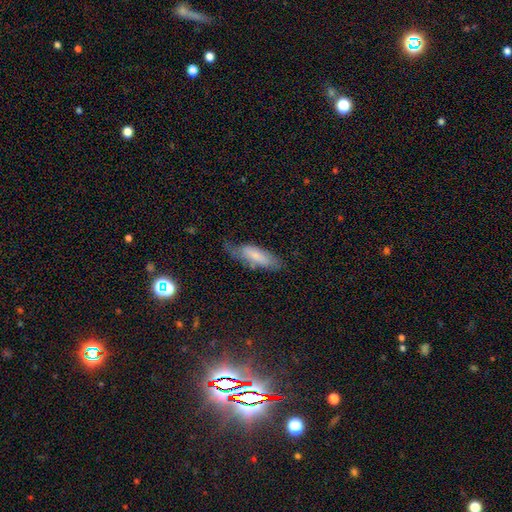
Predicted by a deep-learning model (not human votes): smooth 64%, featured or disk 28%, star or artifact 7%. Down the decision tree: how rounded — in between (56%); merging — none (51%).